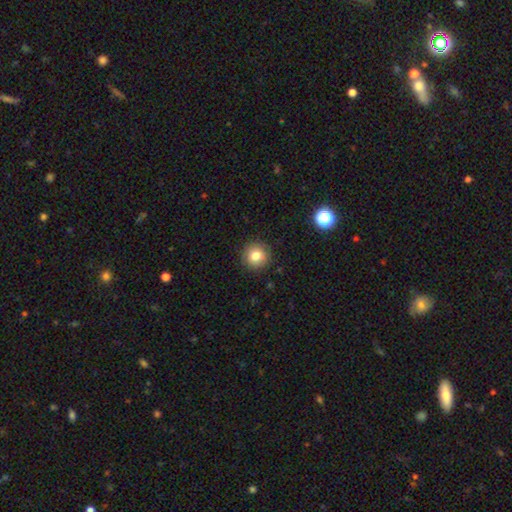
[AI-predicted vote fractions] The model was most divided on "smooth or featured": smooth: 80%, star or artifact: 11%, featured or disk: 8%. More confident: how rounded — round (94%); merging — none (90%).